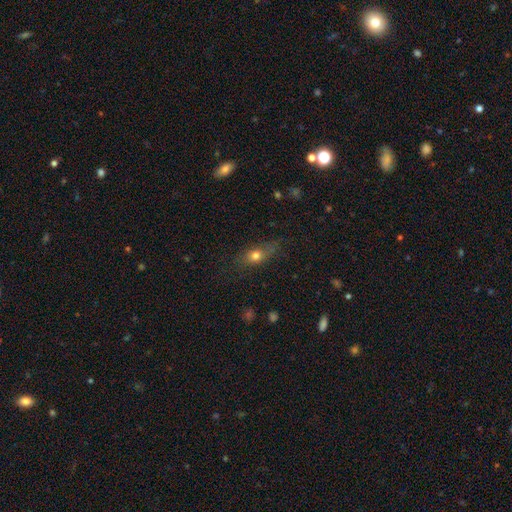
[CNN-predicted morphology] smooth 72%, featured or disk 16%, star or artifact 12%. Down the decision tree: how rounded — in between (62%); merging — none (65%).